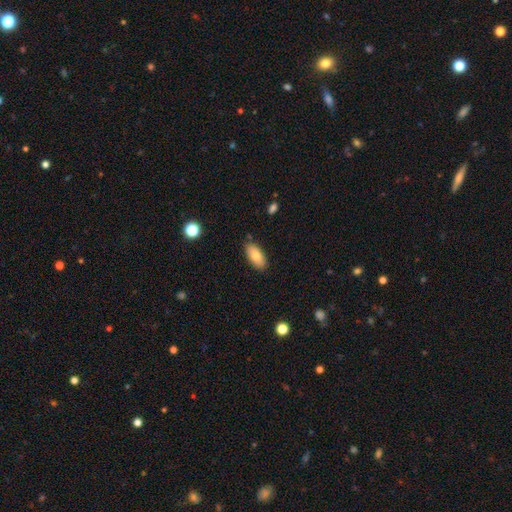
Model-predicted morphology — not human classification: Overall: smooth (80%). How rounded: in between (88%). Merging: none (85%).